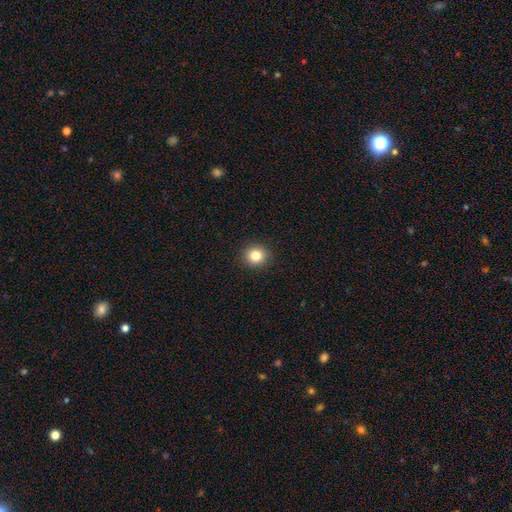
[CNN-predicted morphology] A smooth galaxy with no disk features (82%) that is round (88%). Merging: none (92%).